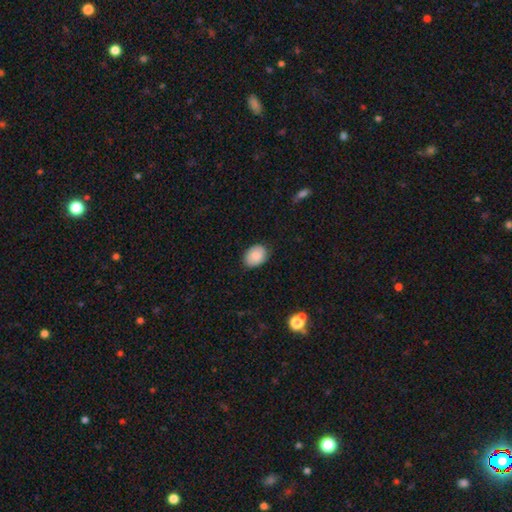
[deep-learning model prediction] Smooth or featured? Predicted: smooth (p=0.85). How rounded? Predicted: in between (p=0.74). Merging? Predicted: none (p=0.82).